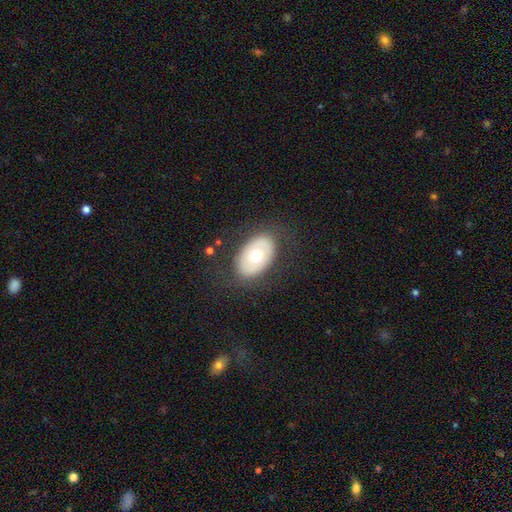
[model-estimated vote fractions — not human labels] Morphology: type=smooth (57%); roundness=in between (84%); merging=none (82%).